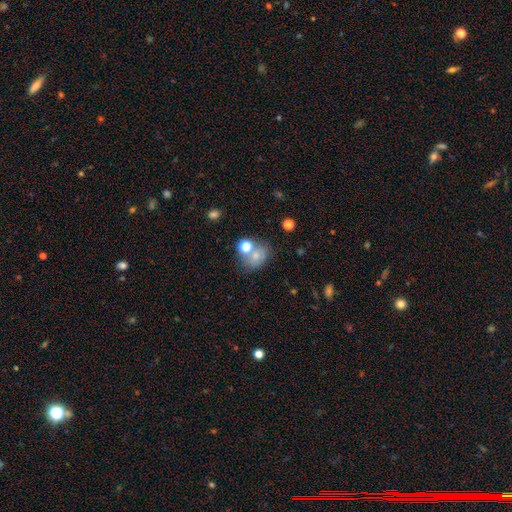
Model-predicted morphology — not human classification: This is likely a smooth galaxy (69%). How rounded: possibly in between (51%). Merging: possibly none (51%).